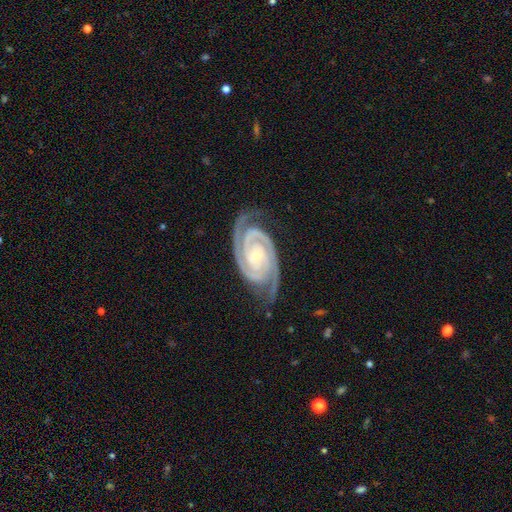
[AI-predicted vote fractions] The model was most divided on "bar": no: 61%, weak: 24%, strong: 15%. More confident: spiral arms — yes (99%); edge-on disk — no (97%); smooth or featured — featured or disk (94%); spiral arm count — 2 (88%); merging — none (79%); spiral winding — tight (78%); bulge size — small (67%).